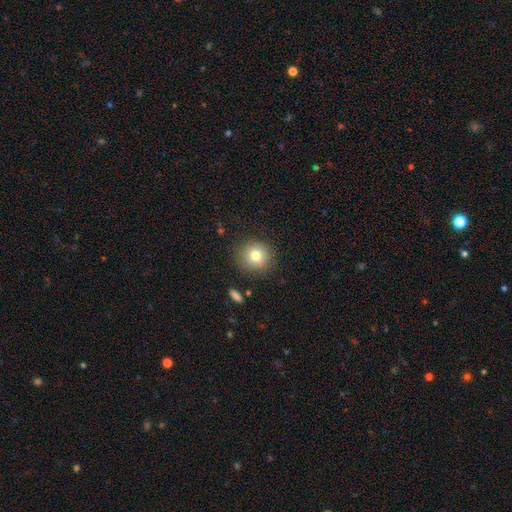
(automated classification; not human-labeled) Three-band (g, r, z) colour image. It shows a smooth galaxy with no disk features (77%) that is round (89%). Merging: none (85%).